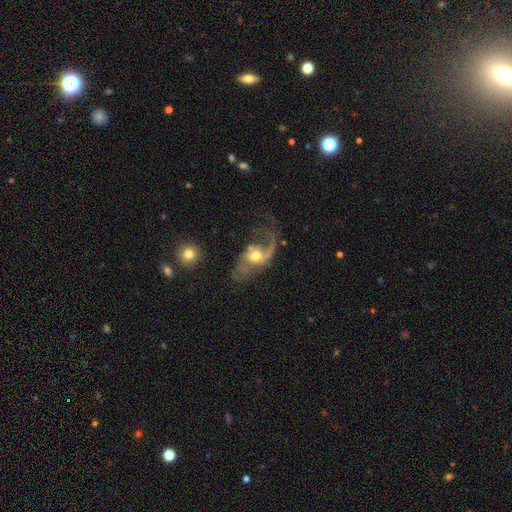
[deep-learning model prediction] The model was most divided on "merging": none: 41%, major disturbance: 34%, minor disturbance: 20%, merger: 5%. More confident: edge-on disk — no (95%); spiral arms — yes (90%); smooth or featured — featured or disk (79%); spiral arm count — 2 (69%); spiral winding — loose (68%); bulge size — moderate (68%); bar — no (54%).